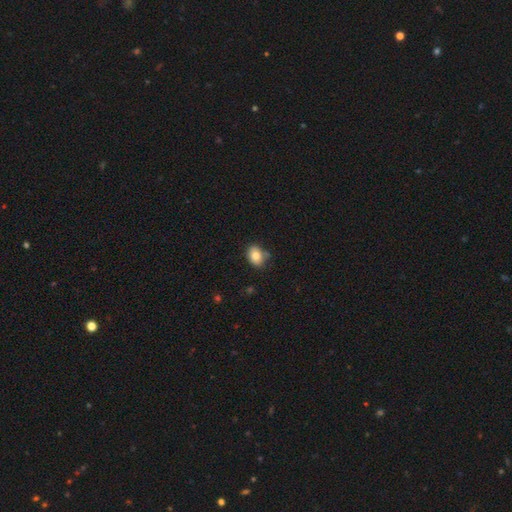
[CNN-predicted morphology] Smooth or featured? smooth (80%)
How rounded? in between (67%)
Merging? none (75%)